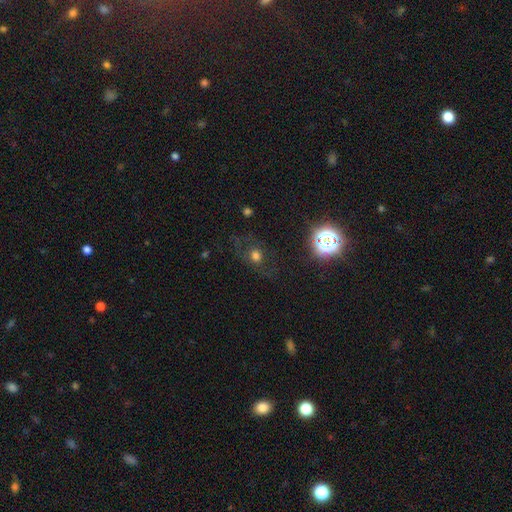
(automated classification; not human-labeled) Smooth or featured? Predicted: smooth (p=0.53). How rounded? Predicted: round (p=0.70). Merging? Predicted: none (p=0.65).